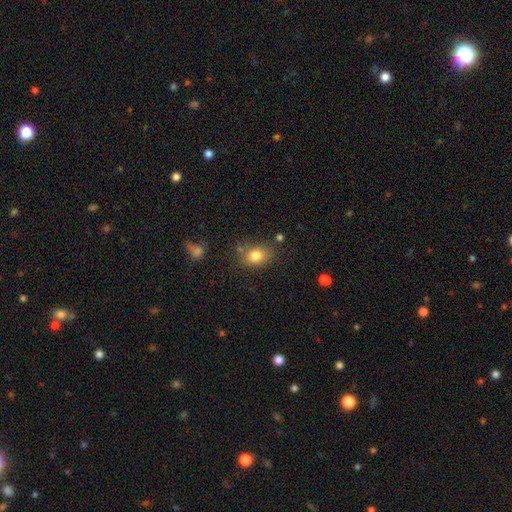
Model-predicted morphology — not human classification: Smooth or featured: smooth — 80% (star or artifact — 11%)
How rounded: in between — 56% (round — 43%)
Merging: none — 71% (minor disturbance — 18%)